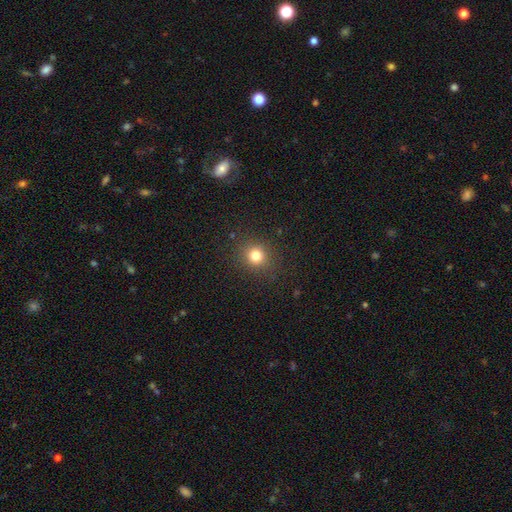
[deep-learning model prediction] Smooth or featured? Predicted: smooth (p=0.79). How rounded? Predicted: round (p=0.86). Merging? Predicted: none (p=0.88).